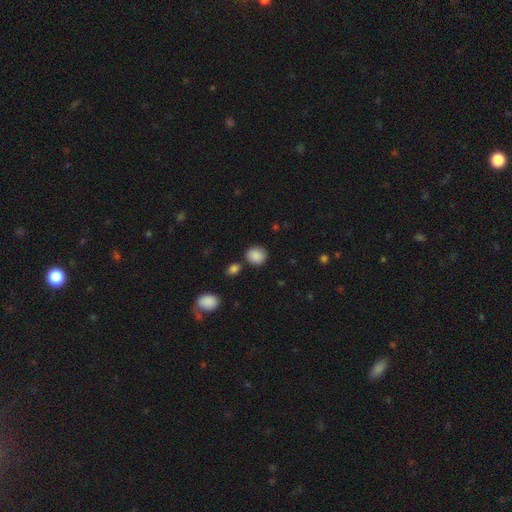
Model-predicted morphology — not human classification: Smooth or featured? Predicted: smooth (p=0.87). How rounded? Predicted: round (p=0.80). Merging? Predicted: none (p=0.80).